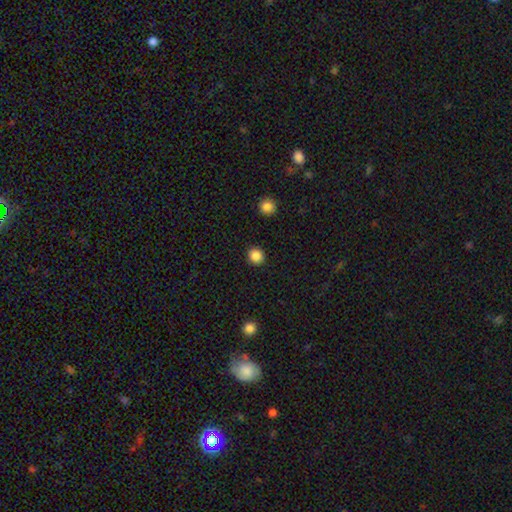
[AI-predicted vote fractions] Smooth or featured? Predicted: smooth (p=0.86). How rounded? Predicted: round (p=0.88). Merging? Predicted: none (p=0.92).